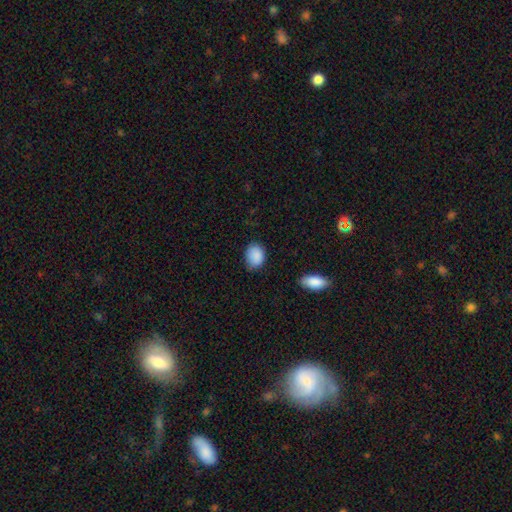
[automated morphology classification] Smooth or featured? smooth (89%)
How rounded? in between (63%)
Merging? none (74%)